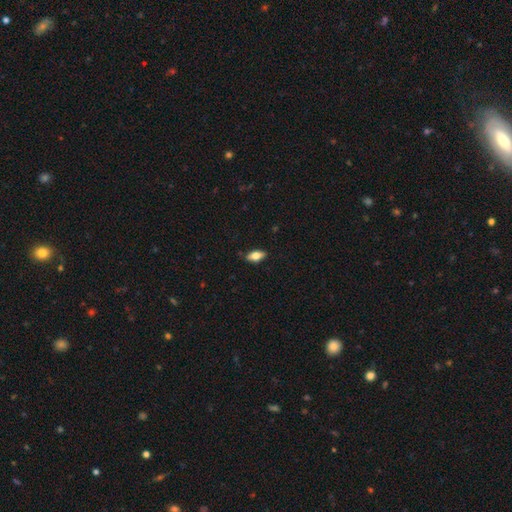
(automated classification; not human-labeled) This is likely a smooth galaxy (70%). How rounded: clearly in between (87%). Merging: clearly none (86%).